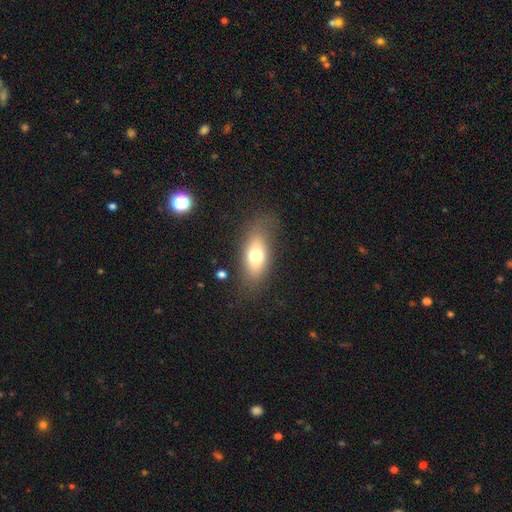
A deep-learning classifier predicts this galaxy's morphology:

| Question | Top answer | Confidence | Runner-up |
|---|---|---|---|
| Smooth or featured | smooth | 70% | featured or disk (21%) |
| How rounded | in between | 81% | cigar-shaped (12%) |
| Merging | none | 72% | minor disturbance (17%) |